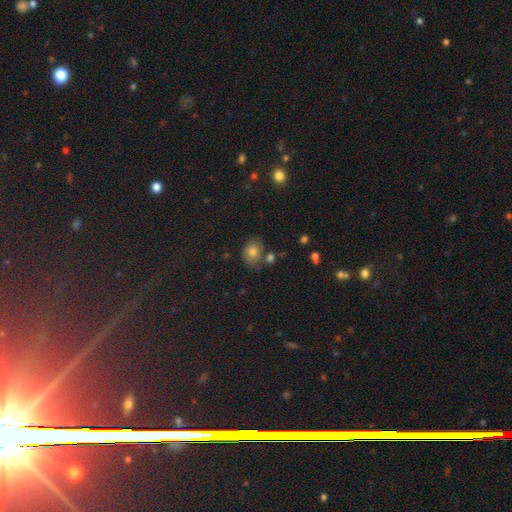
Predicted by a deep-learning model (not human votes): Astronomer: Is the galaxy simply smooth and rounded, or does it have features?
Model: smooth — 54% (runner-up: star or artifact, 36%).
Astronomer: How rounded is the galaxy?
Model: round — 53% (runner-up: in between, 44%).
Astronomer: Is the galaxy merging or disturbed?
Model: none — 73%.